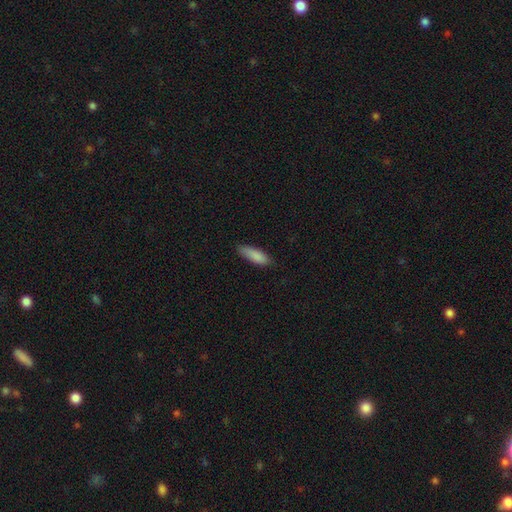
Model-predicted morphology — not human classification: The model was most divided on "how rounded": in between: 54%, cigar-shaped: 45%, round: 2%. More confident: smooth or featured — smooth (87%); merging — none (79%).